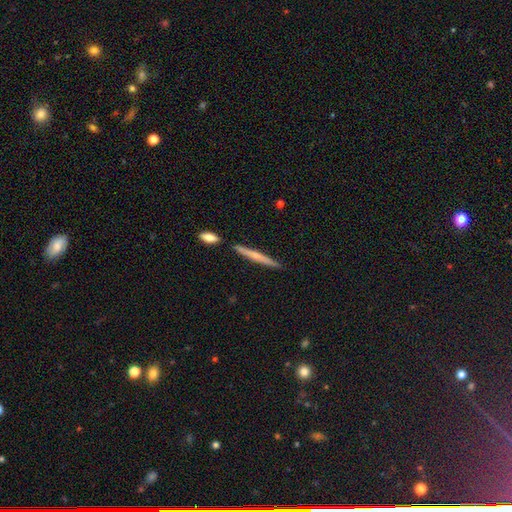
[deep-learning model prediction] The model was most divided on "smooth or featured" (2-way tie): featured or disk: 47%, smooth: 47%, star or artifact: 6%. More confident: merging — none (84%).